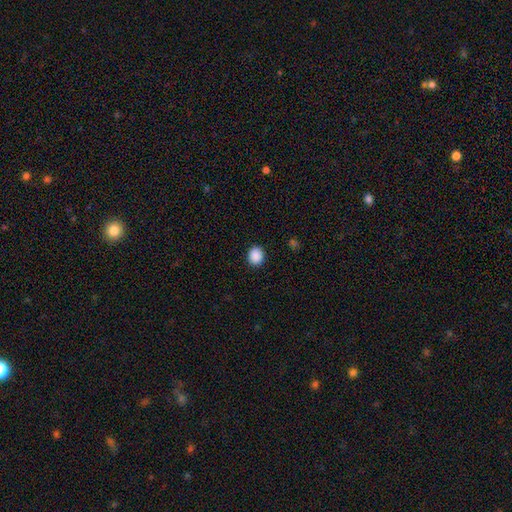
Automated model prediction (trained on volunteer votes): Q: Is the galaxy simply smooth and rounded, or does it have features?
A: smooth — 89%.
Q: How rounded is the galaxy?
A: round — 66%.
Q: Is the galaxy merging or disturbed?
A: none — 90%.